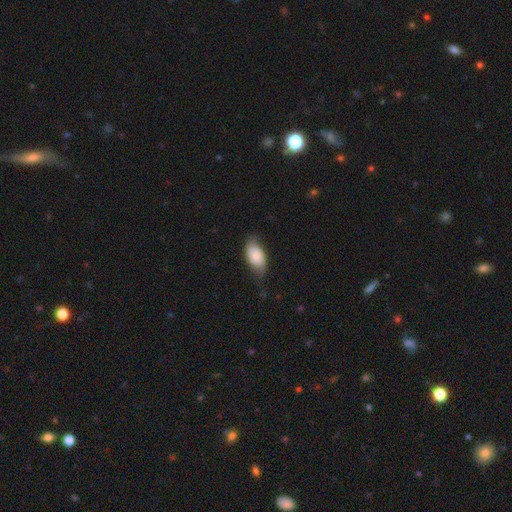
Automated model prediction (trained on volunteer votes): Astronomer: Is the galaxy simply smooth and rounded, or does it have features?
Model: smooth — 80%.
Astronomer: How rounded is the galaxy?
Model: in between — 92%.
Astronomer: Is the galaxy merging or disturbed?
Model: none — 64%.